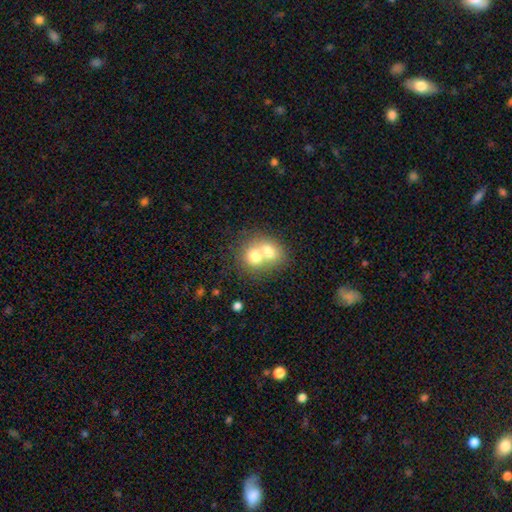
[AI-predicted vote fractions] smooth_or_featured: smooth (p=0.68) [alt: featured or disk p=0.22]
how_rounded: round (p=0.62) [alt: in between p=0.37]
merging: merger (p=0.72) [alt: none p=0.21]